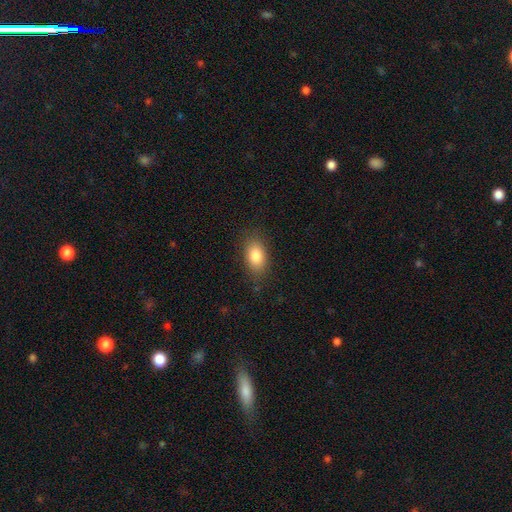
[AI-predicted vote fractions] Smooth or featured? Predicted: smooth (p=0.84). How rounded? Predicted: in between (p=0.90). Merging? Predicted: none (p=0.83).